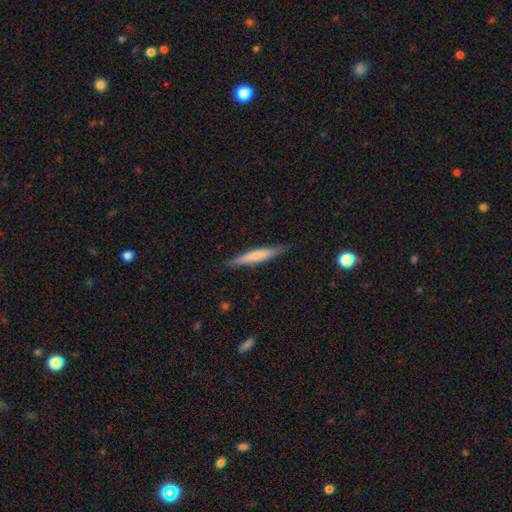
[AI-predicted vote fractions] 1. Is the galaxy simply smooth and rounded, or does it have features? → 62% smooth, 33% featured or disk, 6% star or artifact.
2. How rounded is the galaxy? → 95% cigar-shaped, 4% in between, 1% round.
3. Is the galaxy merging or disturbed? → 89% none, 8% minor disturbance, 2% major disturbance, 1% merger.